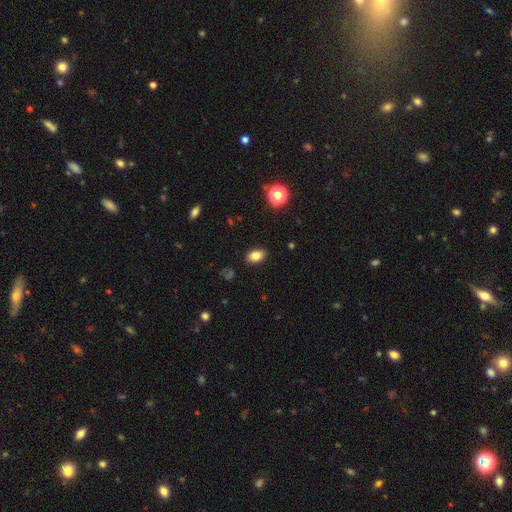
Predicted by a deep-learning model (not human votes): A smooth galaxy with no disk features (84%) that is in between round and cigar-shaped (84%). Merging: none (88%).